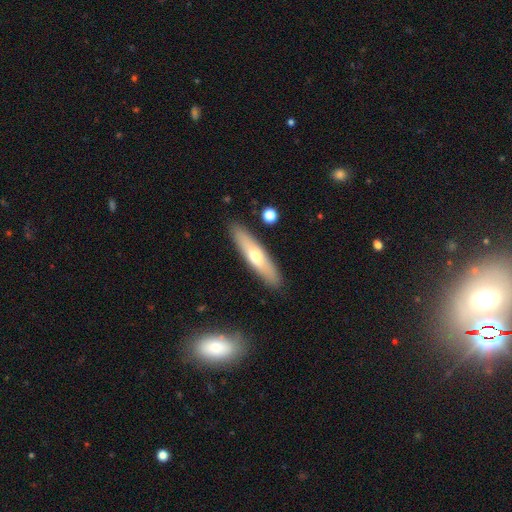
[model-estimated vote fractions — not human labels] Q: Smooth or featured?
A: smooth (56%); runner-up: featured or disk (39%)
Q: How rounded?
A: cigar-shaped (77%); runner-up: in between (22%)
Q: Merging?
A: none (88%); runner-up: minor disturbance (8%)